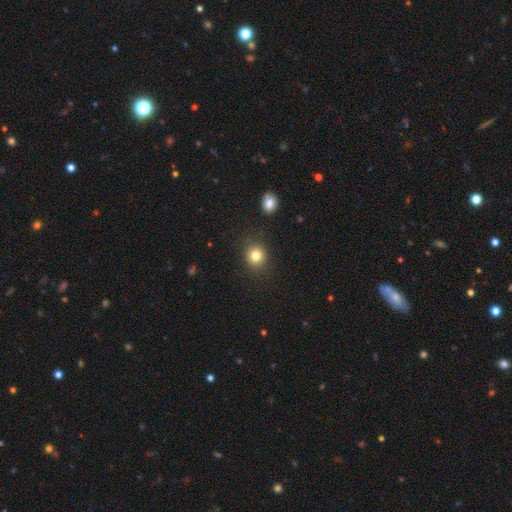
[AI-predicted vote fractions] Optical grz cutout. It shows a smooth galaxy with no disk features (82%) that is round (85%). Merging: none (87%).